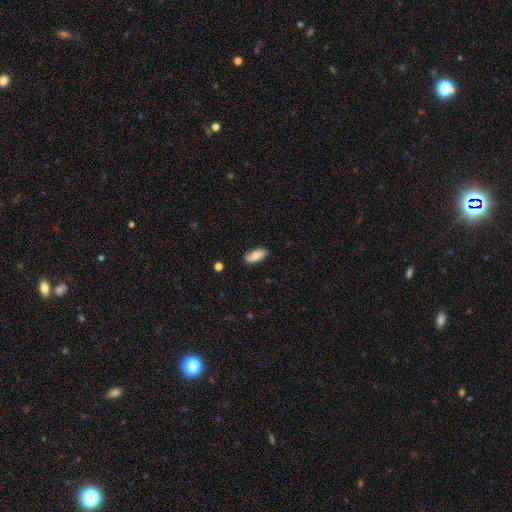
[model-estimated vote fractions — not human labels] Smooth or featured: smooth — 72% (featured or disk — 21%)
How rounded: in between — 86% (cigar-shaped — 11%)
Merging: none — 79% (minor disturbance — 16%)